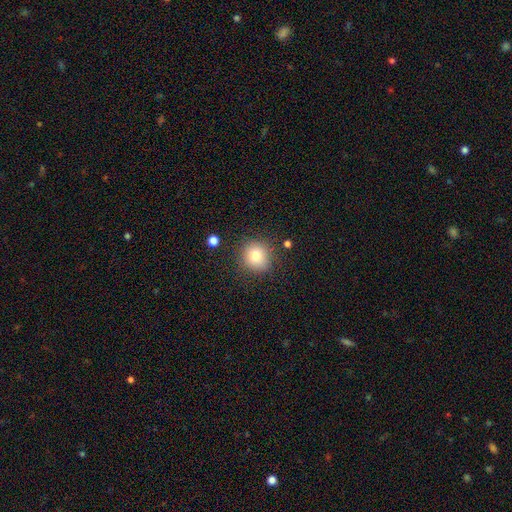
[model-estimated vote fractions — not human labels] This is likely a smooth galaxy (80%). How rounded: clearly round (90%). Merging: clearly none (84%).